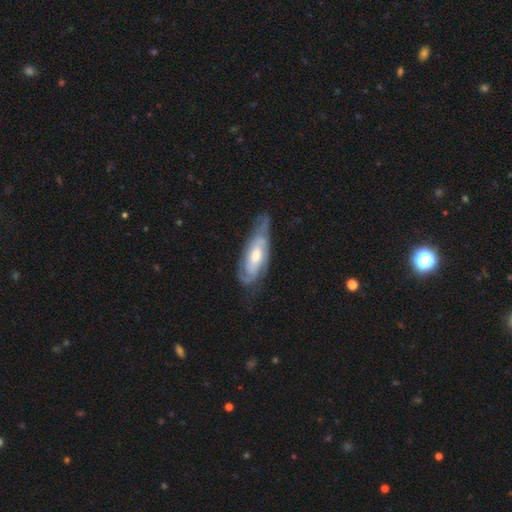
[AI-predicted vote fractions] smooth_or_featured: featured or disk (p=0.76) [alt: smooth p=0.19]
disk_edge_on: no (p=0.85) [alt: yes p=0.15]
bar: no (p=0.61) [alt: weak p=0.30]
has_spiral_arms: yes (p=0.89) [alt: no p=0.11]
spiral_winding: tight (p=0.59) [alt: medium p=0.32]
spiral_arm_count: 2 (p=0.41) [alt: can't tell p=0.39]
bulge_size: moderate (p=0.64) [alt: small p=0.26]
merging: none (p=0.59) [alt: minor disturbance p=0.28]